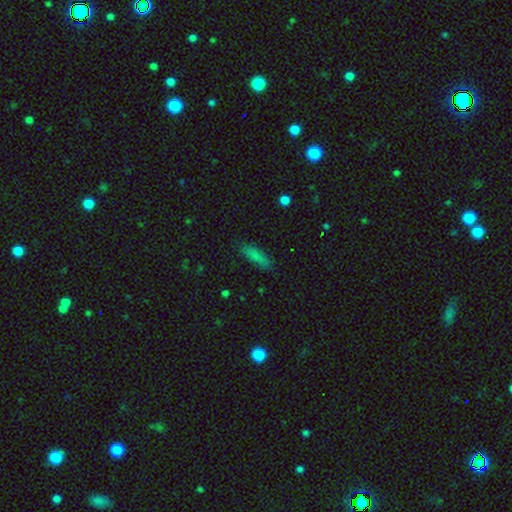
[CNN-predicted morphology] Smooth or featured? smooth (81%)
How rounded? cigar-shaped (55%)
Merging? none (82%)